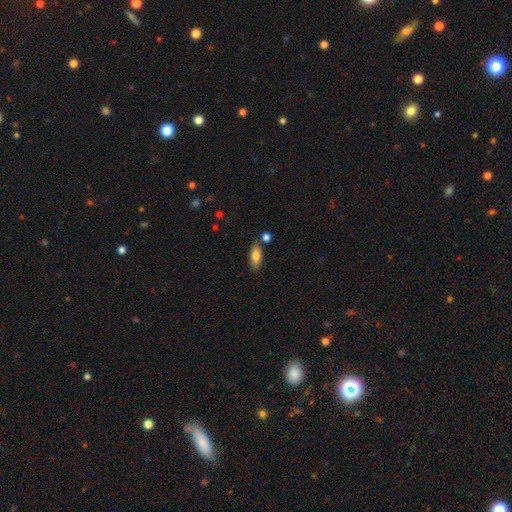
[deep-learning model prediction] Morphology: type=smooth (78%); roundness=in between (76%); merging=none (77%).